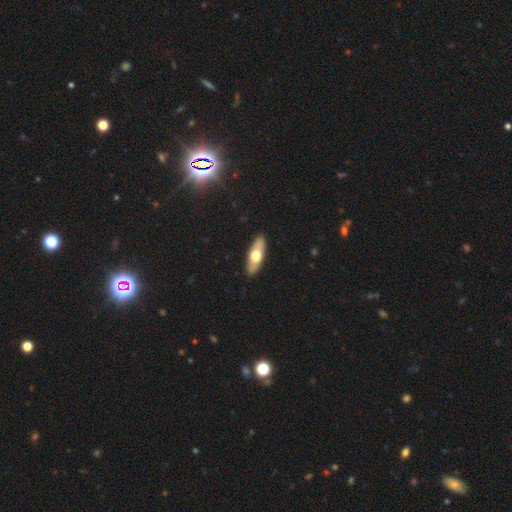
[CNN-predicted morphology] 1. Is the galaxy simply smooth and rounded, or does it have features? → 56% smooth, 39% featured or disk, 5% star or artifact.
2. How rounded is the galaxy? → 62% in between, 35% cigar-shaped, 3% round.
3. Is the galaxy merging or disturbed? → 89% none, 8% minor disturbance, 2% major disturbance, 1% merger.